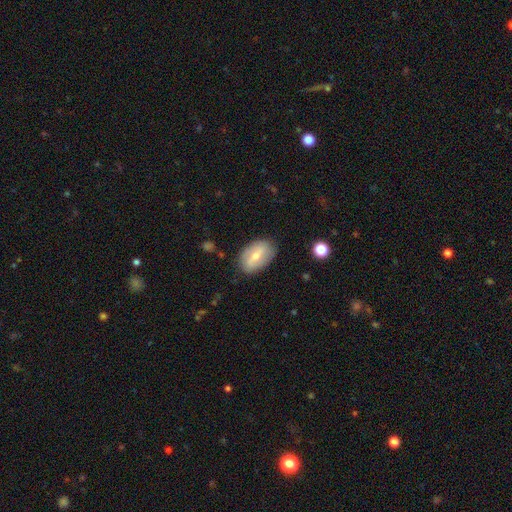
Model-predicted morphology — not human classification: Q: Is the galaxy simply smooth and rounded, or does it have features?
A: smooth — 49%.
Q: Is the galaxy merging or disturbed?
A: none — 80%.